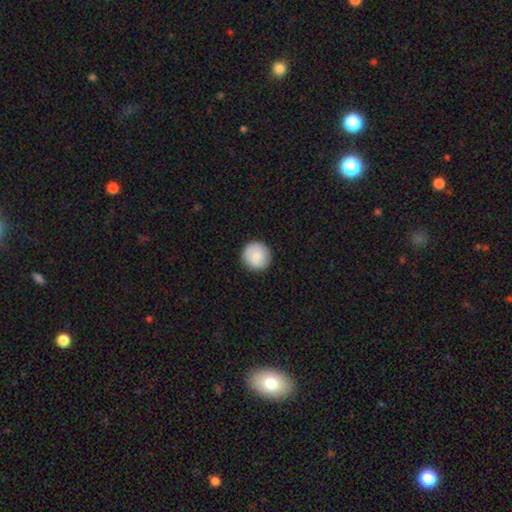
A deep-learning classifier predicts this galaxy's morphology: Smooth or featured: smooth — 85% (featured or disk — 9%)
How rounded: round — 95% (in between — 4%)
Merging: none — 91% (minor disturbance — 7%)